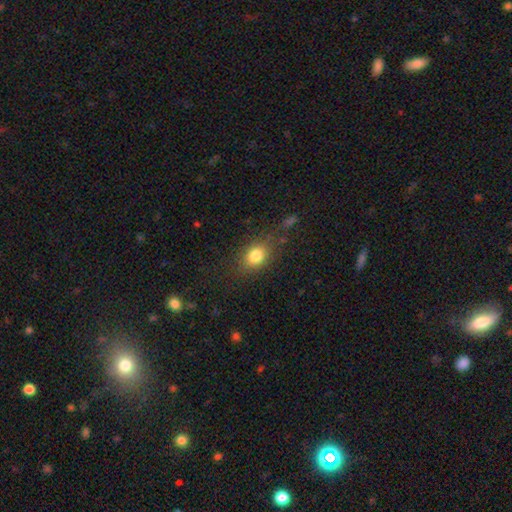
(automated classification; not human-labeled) A smooth galaxy with no disk features (81%) that is in between round and cigar-shaped (58%).

Vote fractions:
- Smooth or featured? smooth: 81% / star or artifact: 10% / featured or disk: 9%
- How rounded? in between: 58% / round: 40% / cigar-shaped: 2%
- Merging? none: 76% / minor disturbance: 15% / major disturbance: 6% / merger: 3%